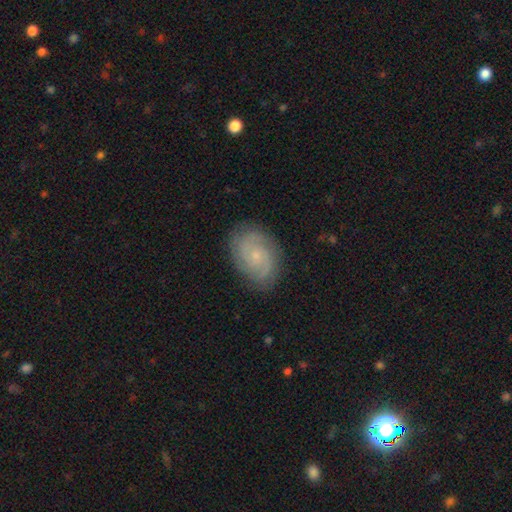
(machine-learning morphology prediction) Q: Smooth or featured?
A: featured or disk (77%); runner-up: smooth (16%)
Q: Edge-on disk?
A: no (97%); runner-up: yes (3%)
Q: Bar?
A: no (71%); runner-up: weak (26%)
Q: Spiral arms?
A: yes (95%); runner-up: no (5%)
Q: Spiral winding?
A: tight (52%); runner-up: medium (38%)
Q: Spiral arm count?
A: 2 (59%); runner-up: can't tell (17%)
Q: Bulge size?
A: small (76%); runner-up: moderate (16%)
Q: Merging?
A: none (82%); runner-up: minor disturbance (13%)